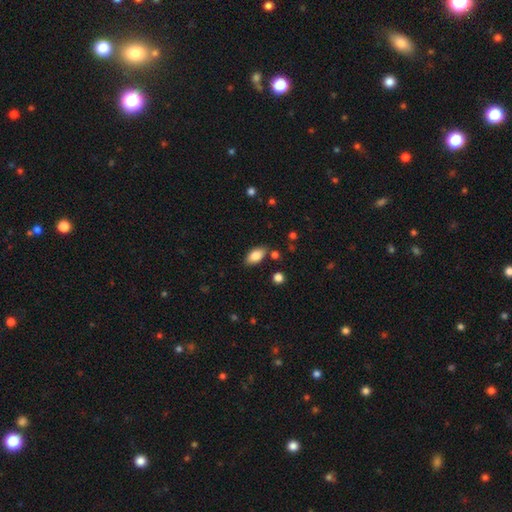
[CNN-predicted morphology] smooth 83%, featured or disk 10%, star or artifact 7%. Down the decision tree: how rounded — in between (91%); merging — none (83%).